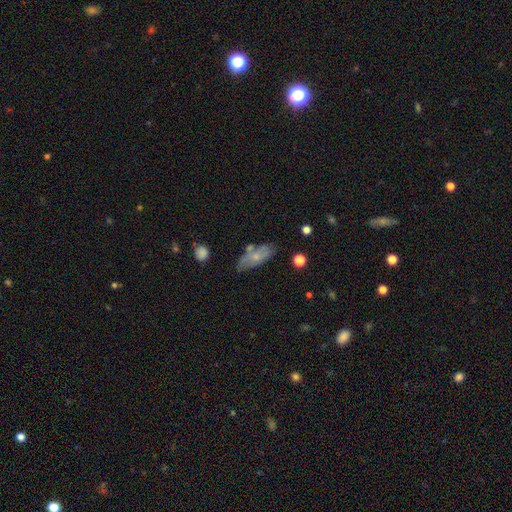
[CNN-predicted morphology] type=smooth (61%); roundness=in between (75%); merging=none (62%).